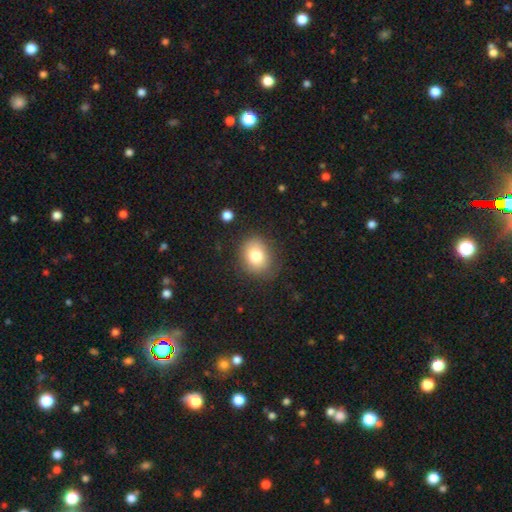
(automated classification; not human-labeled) Smooth or featured? Predicted: smooth (p=0.80). How rounded? Predicted: round (p=0.52). Merging? Predicted: none (p=0.79).